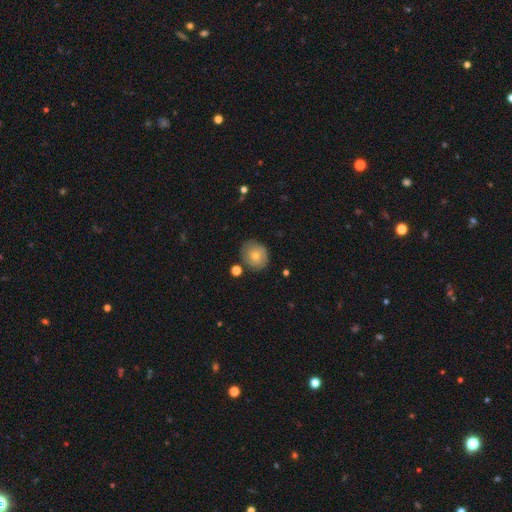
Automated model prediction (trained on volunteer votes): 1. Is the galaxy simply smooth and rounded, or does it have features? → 49% smooth, 43% featured or disk, 8% star or artifact.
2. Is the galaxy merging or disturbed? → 76% none, 17% minor disturbance, 4% major disturbance, 3% merger.